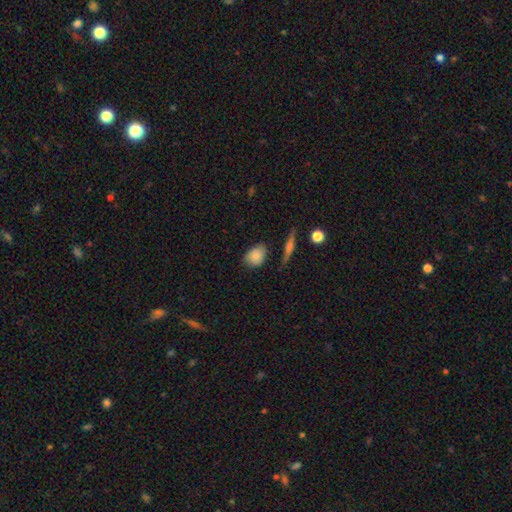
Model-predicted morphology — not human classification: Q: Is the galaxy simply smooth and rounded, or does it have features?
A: smooth — 82%.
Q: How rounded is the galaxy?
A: in between — 64%.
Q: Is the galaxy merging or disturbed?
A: none — 72%.